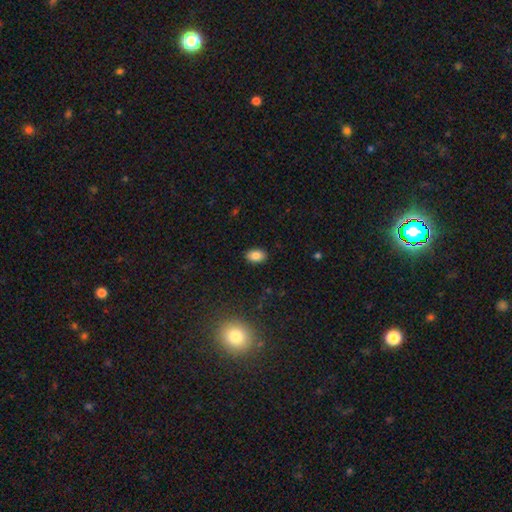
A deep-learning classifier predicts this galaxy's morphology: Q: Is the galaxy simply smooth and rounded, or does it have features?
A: smooth — 85%.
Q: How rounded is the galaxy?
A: in between — 86%.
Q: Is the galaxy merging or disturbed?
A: none — 89%.